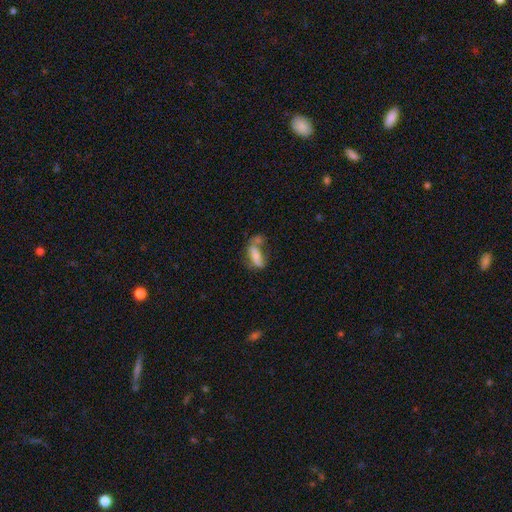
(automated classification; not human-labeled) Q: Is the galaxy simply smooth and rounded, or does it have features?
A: smooth — 69%.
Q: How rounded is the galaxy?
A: in between — 71%.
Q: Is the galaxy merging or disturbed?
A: merger — 34%.